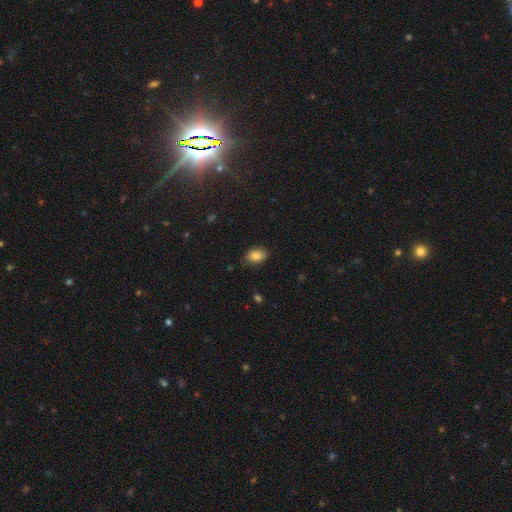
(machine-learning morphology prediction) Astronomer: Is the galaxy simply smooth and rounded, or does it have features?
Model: smooth — 85%.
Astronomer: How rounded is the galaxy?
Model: in between — 85%.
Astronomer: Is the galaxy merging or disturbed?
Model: none — 79%.